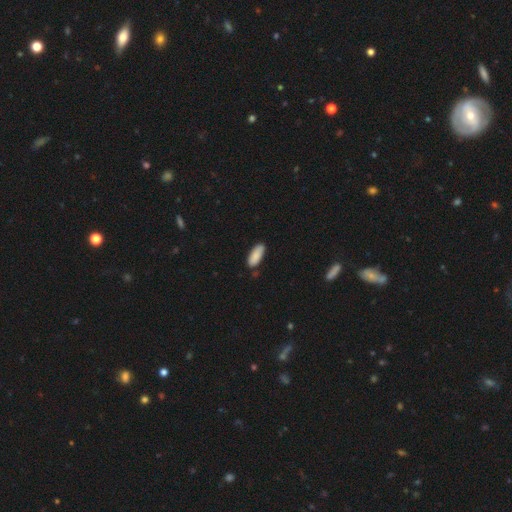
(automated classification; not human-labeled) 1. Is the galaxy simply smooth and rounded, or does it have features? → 89% smooth, 6% star or artifact, 5% featured or disk.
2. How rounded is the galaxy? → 78% in between, 20% cigar-shaped, 2% round.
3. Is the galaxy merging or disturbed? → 82% none, 14% minor disturbance, 2% major disturbance, 2% merger.